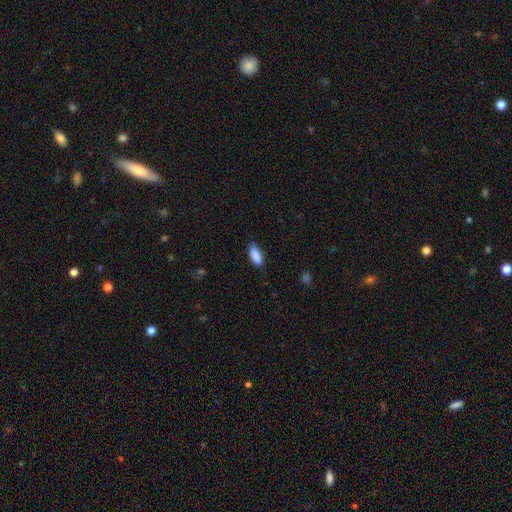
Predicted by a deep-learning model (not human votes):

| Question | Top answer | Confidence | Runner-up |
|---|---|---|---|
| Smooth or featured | smooth | 89% | star or artifact (7%) |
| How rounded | in between | 82% | cigar-shaped (16%) |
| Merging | none | 76% | minor disturbance (19%) |